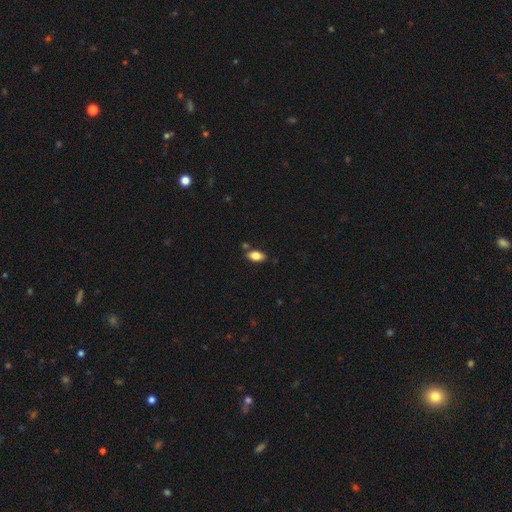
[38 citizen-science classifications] A smooth galaxy with no disk features (84%) that is in between round and cigar-shaped (94%). Merging: none (84%).